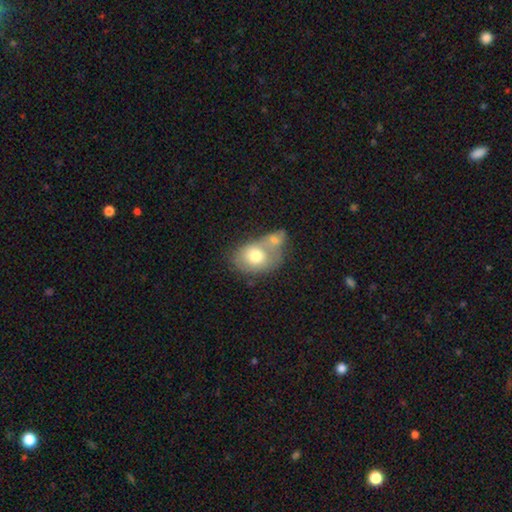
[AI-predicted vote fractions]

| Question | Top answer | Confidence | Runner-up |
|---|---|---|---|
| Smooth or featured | smooth | 71% | featured or disk (22%) |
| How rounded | in between | 65% | round (33%) |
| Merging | merger | 56% | none (26%) |